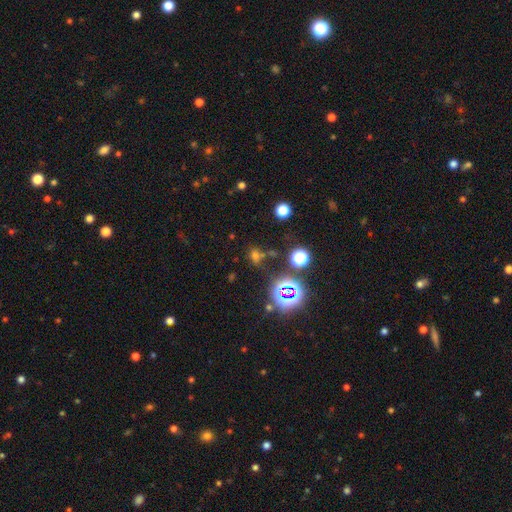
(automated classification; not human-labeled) The model was most divided on "smooth or featured": smooth: 48%, star or artifact: 43%, featured or disk: 10%. More confident: merging — none (60%).